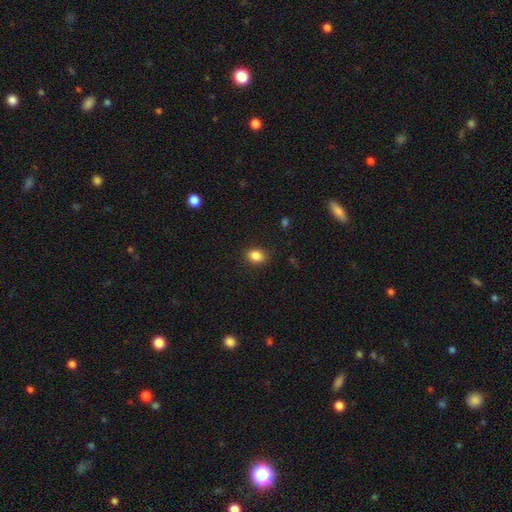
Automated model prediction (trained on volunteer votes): Overall: smooth (86%). How rounded: in between (63%; round 36%). Merging: none (87%).